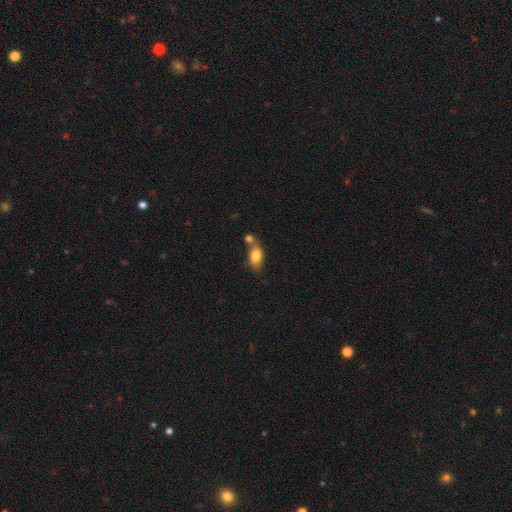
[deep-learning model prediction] This is likely a smooth galaxy (80%). How rounded: clearly in between (82%). Merging: marginally none (42%).